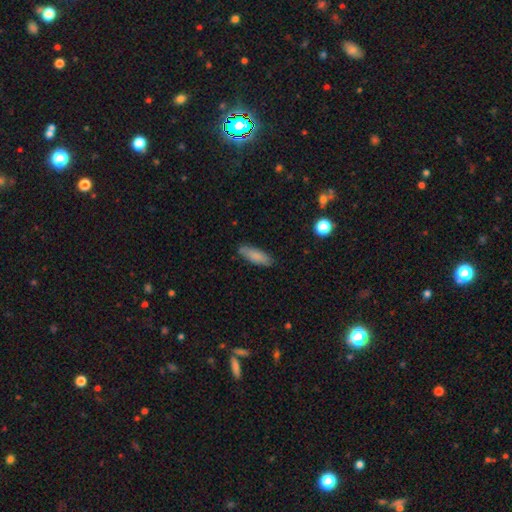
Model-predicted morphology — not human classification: Smooth or featured? Predicted: smooth (p=0.83). How rounded? Predicted: in between (p=0.55). Merging? Predicted: none (p=0.82).